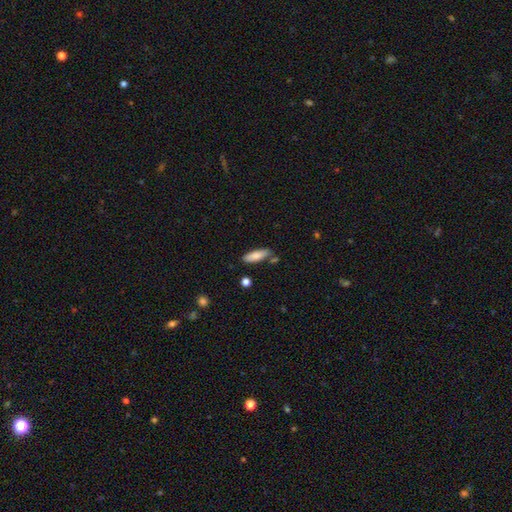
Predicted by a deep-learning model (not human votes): A smooth galaxy with no disk features (81%) that is in between round and cigar-shaped (51%). Merging: none (75%).